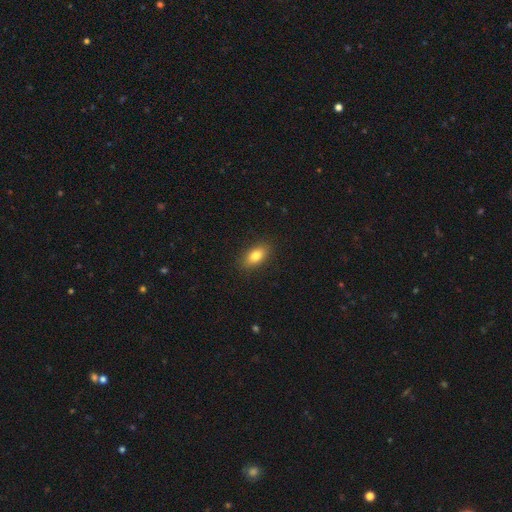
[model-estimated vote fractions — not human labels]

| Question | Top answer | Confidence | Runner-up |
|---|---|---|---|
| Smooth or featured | smooth | 81% | featured or disk (11%) |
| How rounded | in between | 86% | cigar-shaped (7%) |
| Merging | none | 88% | minor disturbance (9%) |